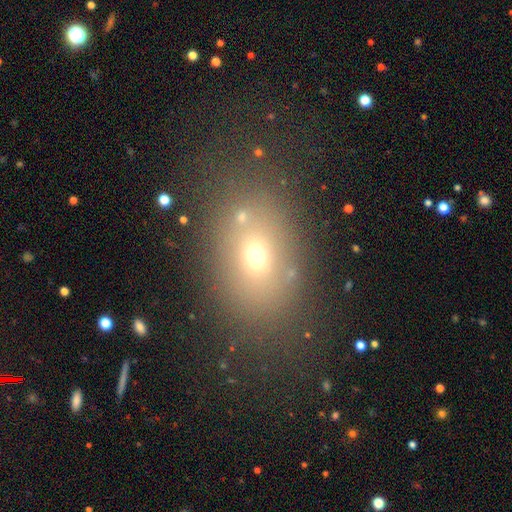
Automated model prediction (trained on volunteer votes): Smooth or featured? Predicted: smooth (p=0.63). How rounded? Predicted: in between (p=0.68). Merging? Predicted: none (p=0.73).